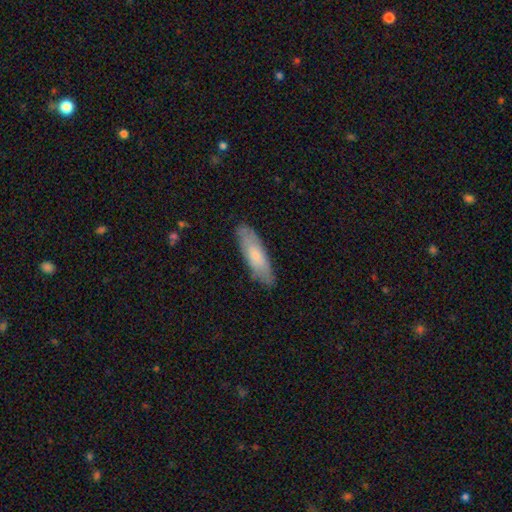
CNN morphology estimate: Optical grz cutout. It shows a smooth galaxy with no disk features (65%) that is cigar-shaped (53%). Merging: none (81%).